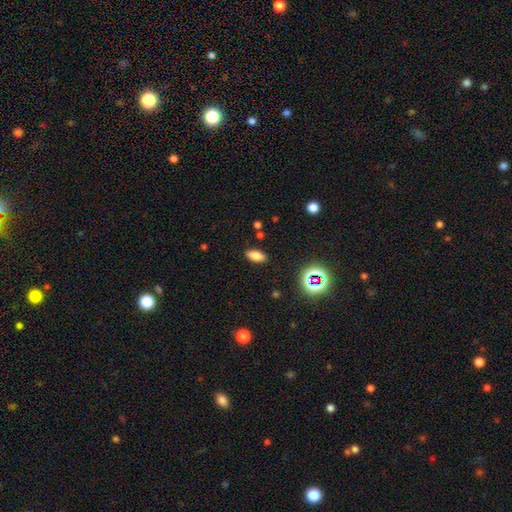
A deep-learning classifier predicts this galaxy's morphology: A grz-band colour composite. It shows a smooth galaxy with no disk features (77%) that is in between round and cigar-shaped (87%). Merging: none (87%).